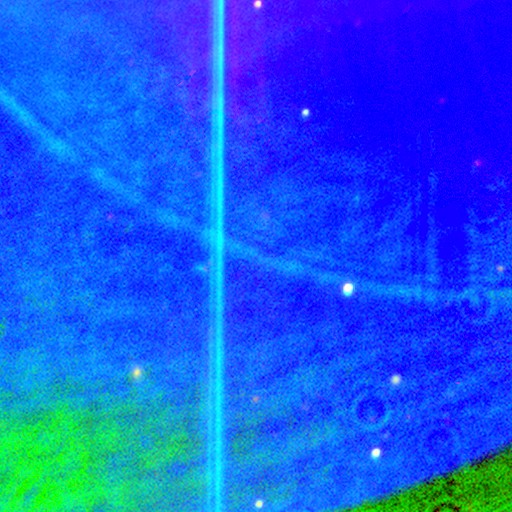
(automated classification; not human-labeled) Smooth or featured? star or artifact (89%)